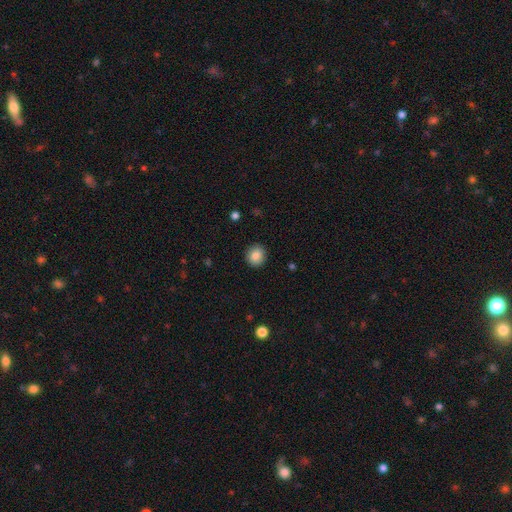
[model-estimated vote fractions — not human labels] Morphology: type=smooth (86%); roundness=round (85%); merging=none (91%).